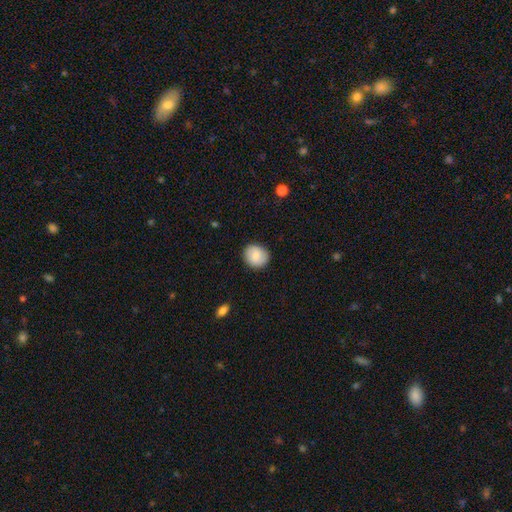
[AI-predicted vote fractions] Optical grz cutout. It shows a smooth galaxy with no disk features (82%) that is round (81%). Merging: none (88%).